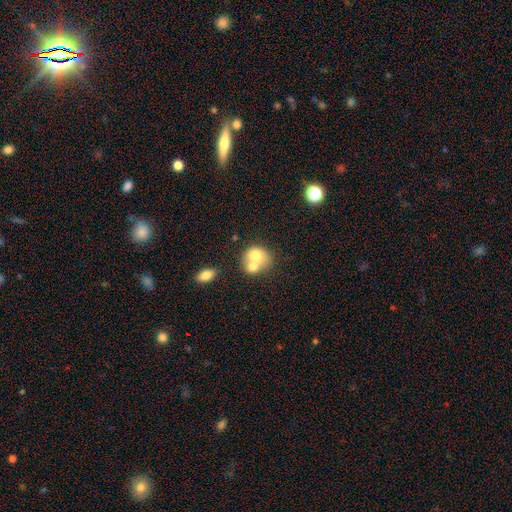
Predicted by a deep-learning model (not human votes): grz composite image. It shows a smooth galaxy with no disk features (68%) that is round (64%). Merging: merger (67%).